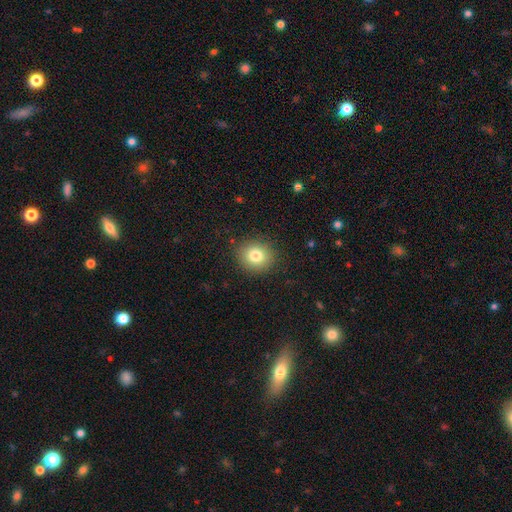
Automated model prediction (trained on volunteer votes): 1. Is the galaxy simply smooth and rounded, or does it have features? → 81% smooth, 11% star or artifact, 9% featured or disk.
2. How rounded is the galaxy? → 80% round, 19% in between, 1% cigar-shaped.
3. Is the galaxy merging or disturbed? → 89% none, 8% minor disturbance, 3% major disturbance, 1% merger.